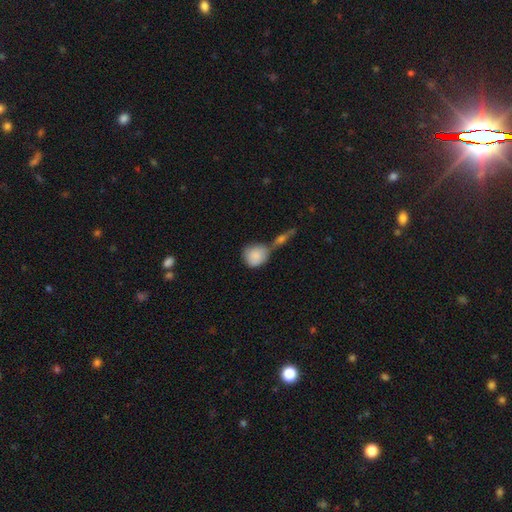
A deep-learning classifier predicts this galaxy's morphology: smooth_or_featured: smooth (p=0.84) [alt: featured or disk p=0.09]
how_rounded: round (p=0.76) [alt: in between p=0.22]
merging: none (p=0.40) [alt: merger p=0.36]